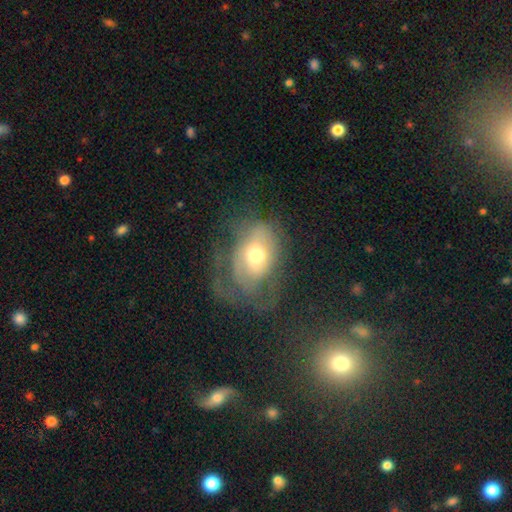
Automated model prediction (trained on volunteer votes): Smooth or featured? Predicted: featured or disk (p=0.46). Merging? Predicted: major disturbance (p=0.41).